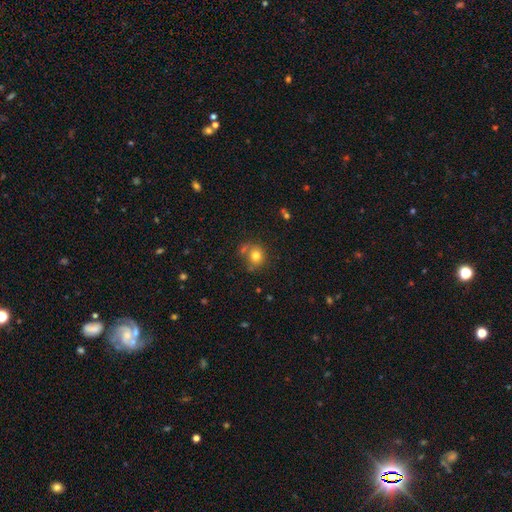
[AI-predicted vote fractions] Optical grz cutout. It shows a smooth galaxy with no disk features (78%) that is round (78%). Merging: none (59%).